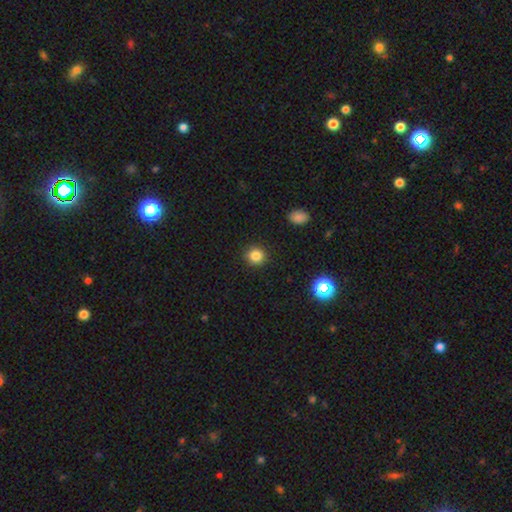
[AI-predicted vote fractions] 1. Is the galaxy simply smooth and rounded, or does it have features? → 84% smooth, 12% star or artifact, 5% featured or disk.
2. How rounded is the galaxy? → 92% round, 7% in between, 1% cigar-shaped.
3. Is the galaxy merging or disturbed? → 91% none, 6% minor disturbance, 2% major disturbance, 1% merger.